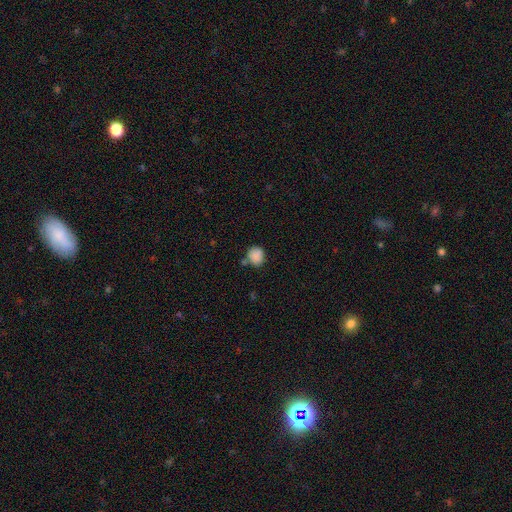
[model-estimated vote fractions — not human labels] A smooth galaxy with no disk features (86%) that is round (75%). Merging: none (67%).